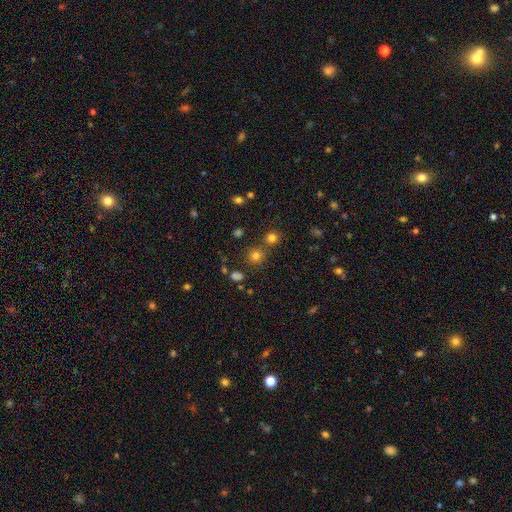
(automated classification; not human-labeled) Q: Smooth or featured?
A: smooth (75%); runner-up: star or artifact (19%)
Q: How rounded?
A: round (88%); runner-up: in between (11%)
Q: Merging?
A: none (73%); runner-up: merger (15%)